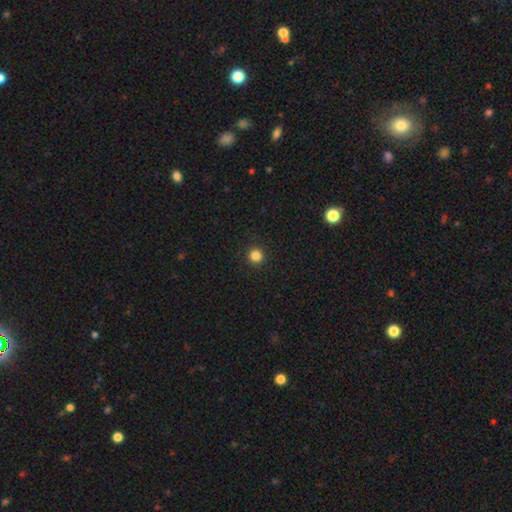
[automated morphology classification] Smooth or featured: smooth — 84% (star or artifact — 12%)
How rounded: round — 95% (in between — 4%)
Merging: none — 93% (minor disturbance — 4%)